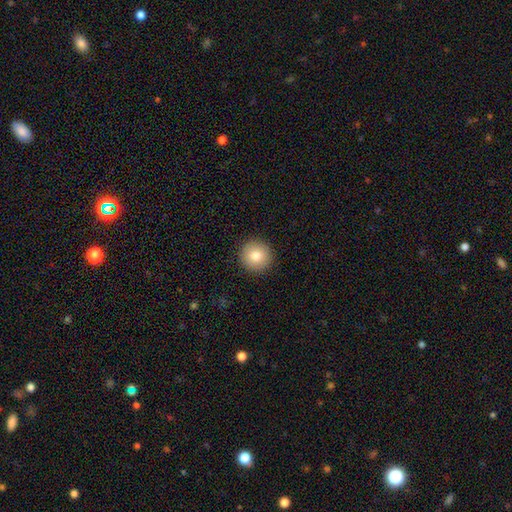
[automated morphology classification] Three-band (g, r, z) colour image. It shows a smooth galaxy with no disk features (83%) that is round (95%). Merging: none (93%).